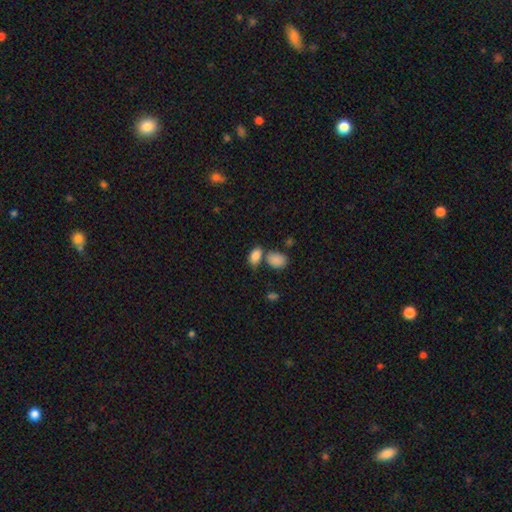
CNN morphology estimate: Q: Smooth or featured?
A: smooth (85%); runner-up: star or artifact (9%)
Q: How rounded?
A: in between (90%); runner-up: round (8%)
Q: Merging?
A: none (47%); runner-up: merger (35%)